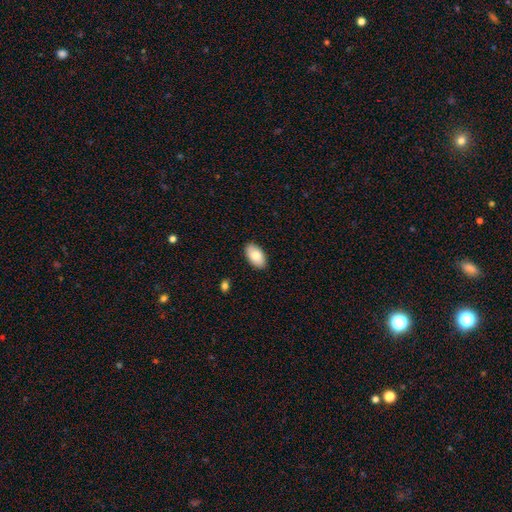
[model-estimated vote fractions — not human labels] This is clearly a smooth galaxy (83%). How rounded: clearly in between (95%). Merging: clearly none (88%).